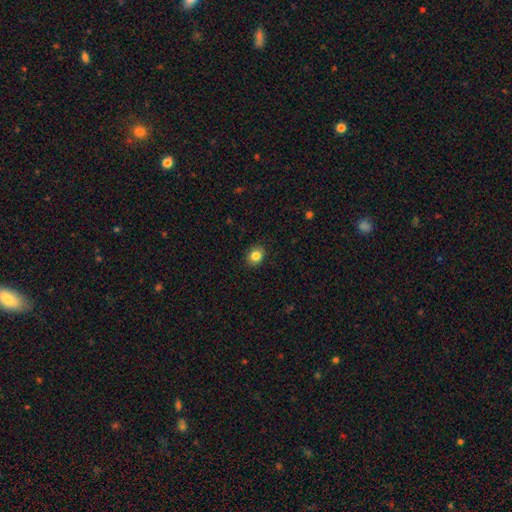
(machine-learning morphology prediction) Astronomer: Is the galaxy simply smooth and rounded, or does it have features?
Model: smooth — 84%.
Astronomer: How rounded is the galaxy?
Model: round — 61% (runner-up: in between, 38%).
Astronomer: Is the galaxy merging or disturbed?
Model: none — 89%.